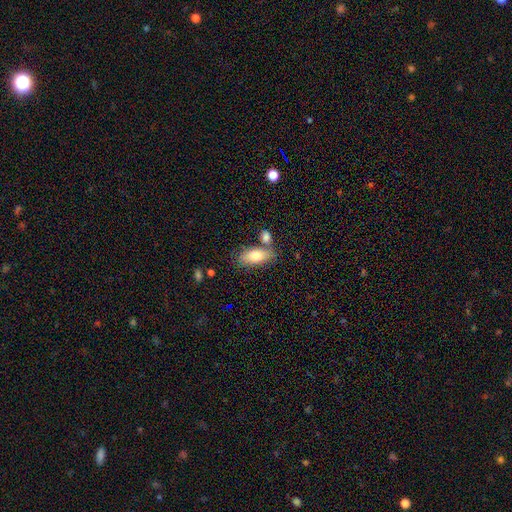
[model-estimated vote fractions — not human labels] A smooth galaxy with no disk features (75%) that is in between round and cigar-shaped (86%). Merging: none (63%).